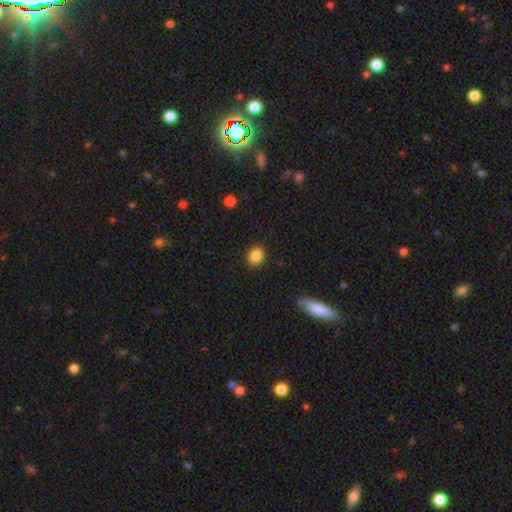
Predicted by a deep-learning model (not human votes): smooth-or-featured: smooth: 86% | star or artifact: 9% | featured or disk: 5%
  how-rounded: round: 51% | in between: 48% | cigar-shaped: 1%
  merging: none: 87% | minor disturbance: 9% | major disturbance: 2% | merger: 1%